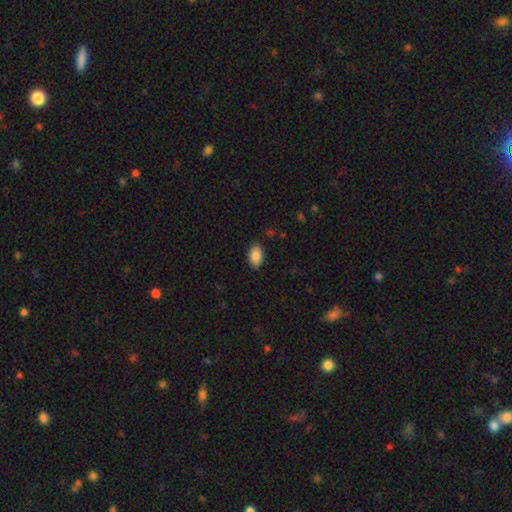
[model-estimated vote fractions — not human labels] Smooth or featured: smooth — 87% (star or artifact — 7%)
How rounded: in between — 92% (round — 6%)
Merging: none — 87% (minor disturbance — 10%)